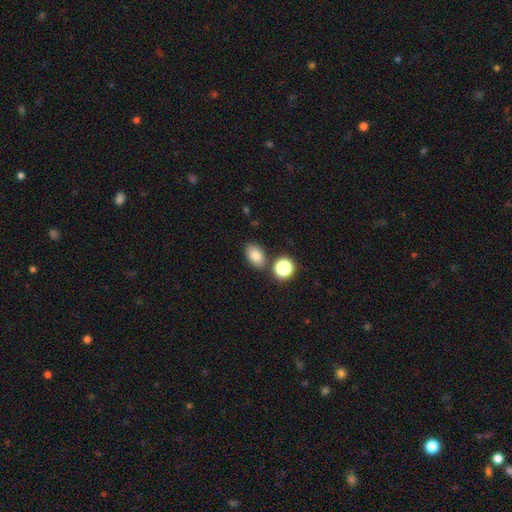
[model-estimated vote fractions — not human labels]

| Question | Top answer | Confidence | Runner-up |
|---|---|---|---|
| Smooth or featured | smooth | 80% | star or artifact (11%) |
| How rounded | in between | 84% | round (15%) |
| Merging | none | 78% | minor disturbance (11%) |